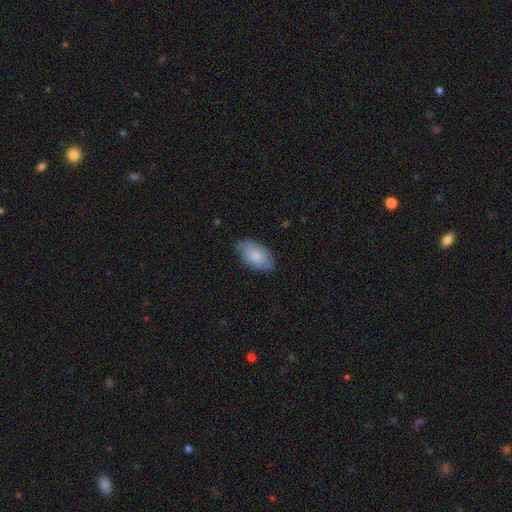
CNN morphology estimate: Smooth or featured: smooth — 76% (featured or disk — 19%)
How rounded: in between — 94% (round — 4%)
Merging: none — 69% (minor disturbance — 25%)